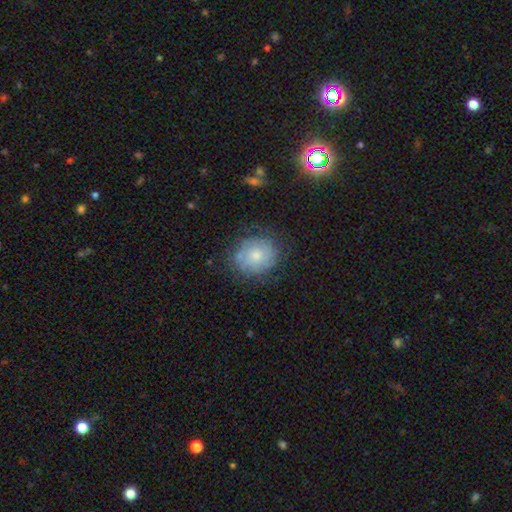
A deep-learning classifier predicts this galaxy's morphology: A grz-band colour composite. It shows a smooth galaxy with no disk features (55%) that is round (71%). Merging: none (70%).